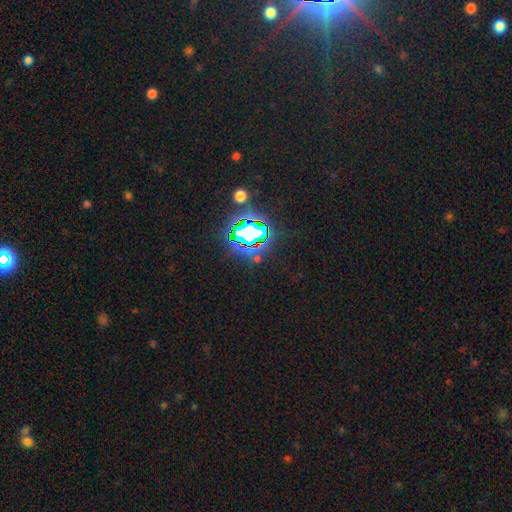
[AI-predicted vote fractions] This appears to be a star or artifact, not a galaxy (76%).